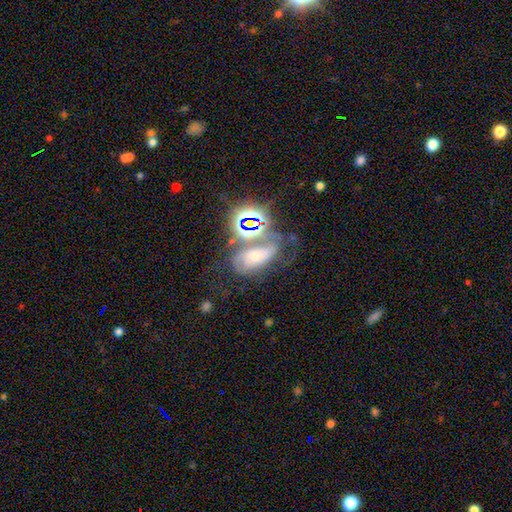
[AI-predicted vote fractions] Smooth or featured?
  - star or artifact: 36% *
  - featured or disk: 35%
  - smooth: 29%